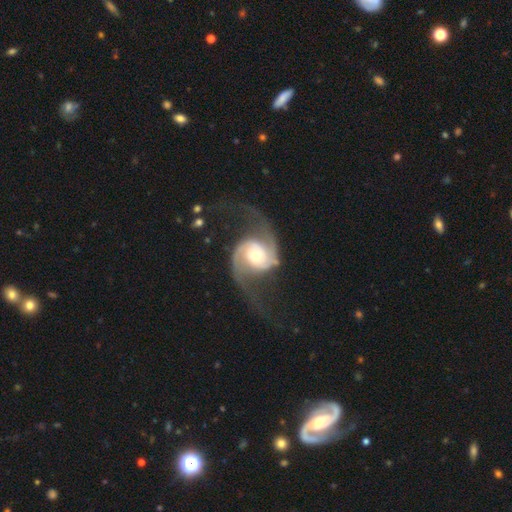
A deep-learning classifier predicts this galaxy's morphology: A featured or disk galaxy (91%) with no bar (61%), 2 (94%) loose (49%) spiral arms (98%) and a moderate central bulge (60%).

Vote fractions:
- Smooth or featured? featured or disk: 91% / smooth: 5% / star or artifact: 4%
- Edge-on disk? no: 98% / yes: 2%
- Bar? no: 61% / weak: 28% / strong: 11%
- Spiral arms? yes: 98% / no: 2%
- Spiral winding? loose: 49% / medium: 39% / tight: 12%
- Spiral arm count? 2: 94% / can't tell: 2% / 1: 1% / 3: 1% / 4: 1% / more than 4: 1%
- Bulge size? moderate: 60% / small: 28% / large: 9% / dominant: 2% / none: 1%
- Merging? none: 64% / major disturbance: 19% / minor disturbance: 14% / merger: 3%